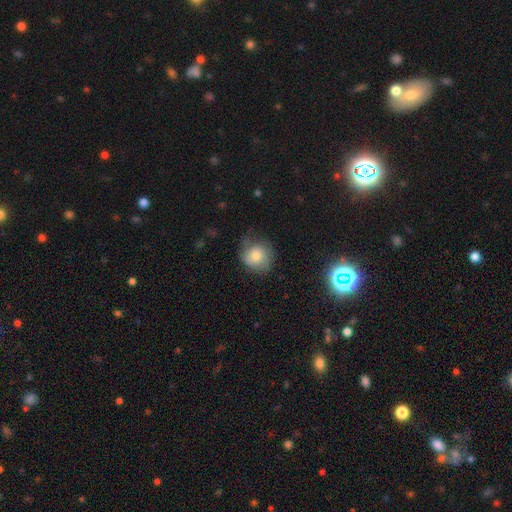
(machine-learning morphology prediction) Smooth or featured? smooth (73%)
How rounded? round (81%)
Merging? none (59%)